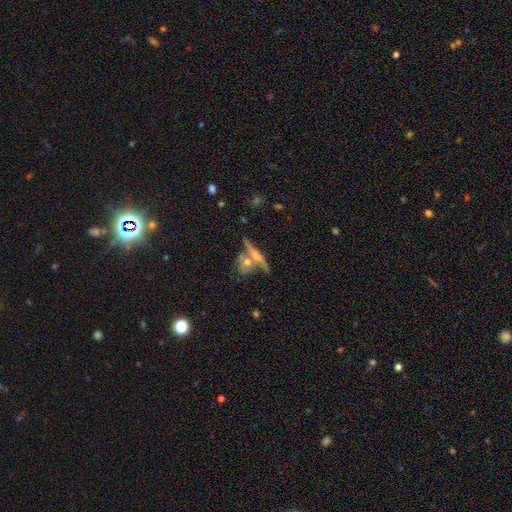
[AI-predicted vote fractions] Morphology: type=featured or disk (56%); edge-on=yes (82%); merging=none (47%).